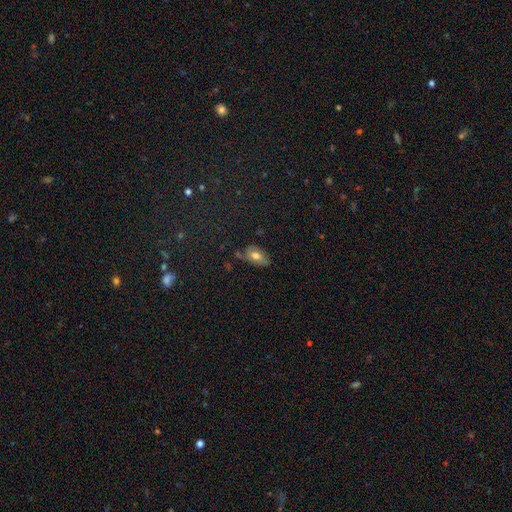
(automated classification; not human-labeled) smooth_or_featured: smooth (p=0.59) [alt: featured or disk p=0.29]
how_rounded: in between (p=0.90) [alt: round p=0.06]
merging: none (p=0.51) [alt: minor disturbance p=0.33]